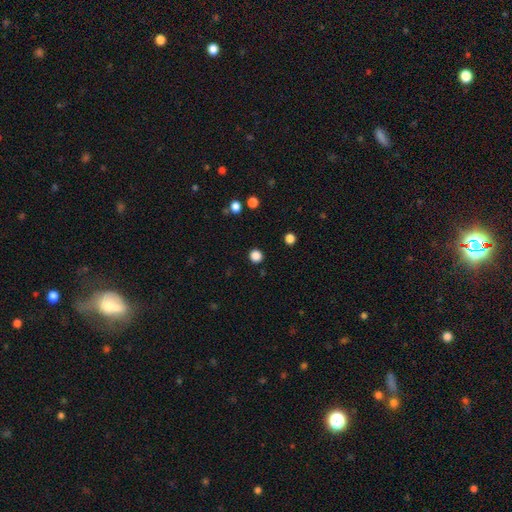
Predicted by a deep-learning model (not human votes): Overall: smooth (85%). How rounded: round (93%). Merging: none (91%).